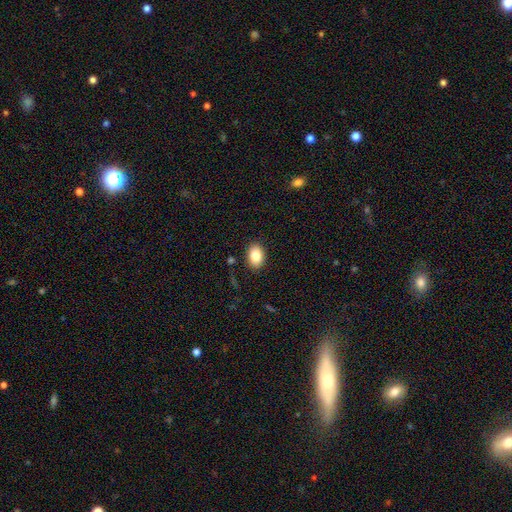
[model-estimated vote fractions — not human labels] smooth_or_featured: smooth (p=0.84) [alt: featured or disk p=0.08]
how_rounded: in between (p=0.82) [alt: round p=0.17]
merging: none (p=0.88) [alt: minor disturbance p=0.08]